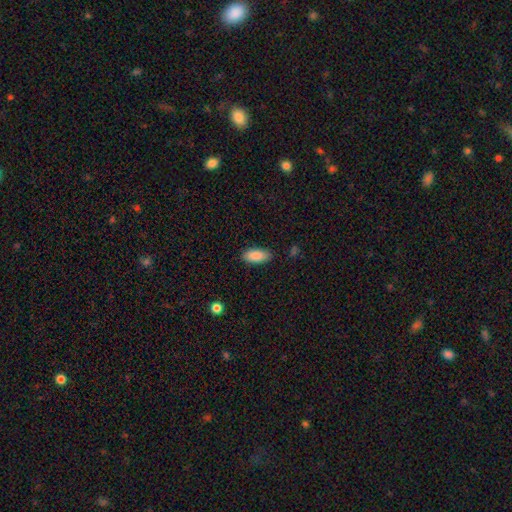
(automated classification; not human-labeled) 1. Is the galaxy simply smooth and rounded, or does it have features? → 88% smooth, 6% star or artifact, 5% featured or disk.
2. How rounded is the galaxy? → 87% in between, 11% cigar-shaped, 2% round.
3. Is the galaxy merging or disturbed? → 86% none, 10% minor disturbance, 2% major disturbance, 1% merger.